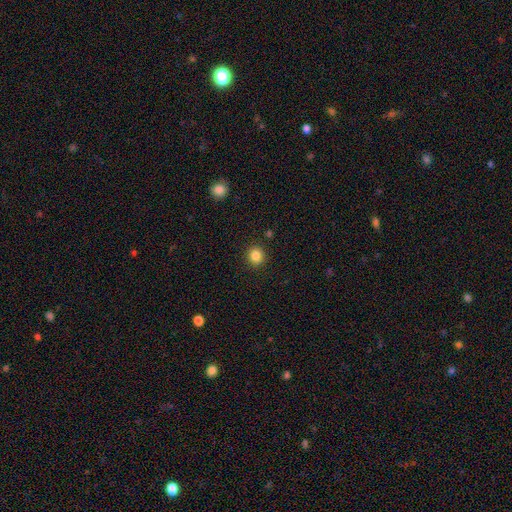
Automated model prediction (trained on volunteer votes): smooth_or_featured: smooth (p=0.84) [alt: star or artifact p=0.11]
how_rounded: round (p=0.89) [alt: in between p=0.10]
merging: none (p=0.91) [alt: minor disturbance p=0.06]